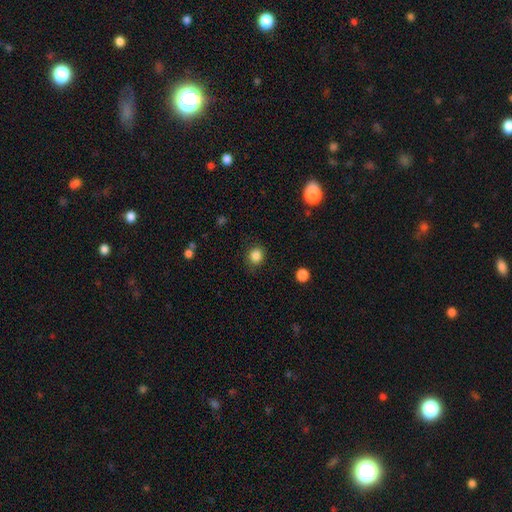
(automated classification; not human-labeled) Smooth or featured?
  - smooth: 85% *
  - star or artifact: 11%
  - featured or disk: 4%
How rounded?
  - round: 81% *
  - in between: 18%
  - cigar-shaped: 1%
Merging?
  - none: 85% *
  - minor disturbance: 10%
  - major disturbance: 3%
  - merger: 1%